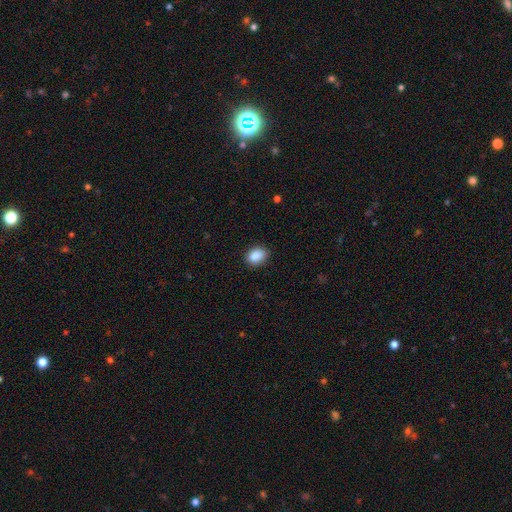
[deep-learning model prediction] Q: Smooth or featured?
A: smooth (89%); runner-up: star or artifact (8%)
Q: How rounded?
A: in between (72%); runner-up: round (27%)
Q: Merging?
A: none (84%); runner-up: minor disturbance (12%)